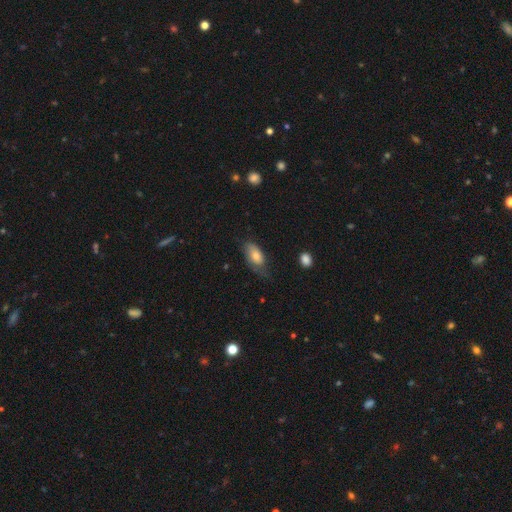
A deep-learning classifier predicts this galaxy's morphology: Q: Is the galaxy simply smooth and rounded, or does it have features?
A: smooth — 66%.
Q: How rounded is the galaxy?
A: in between — 89%.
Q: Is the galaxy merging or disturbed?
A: none — 48%.